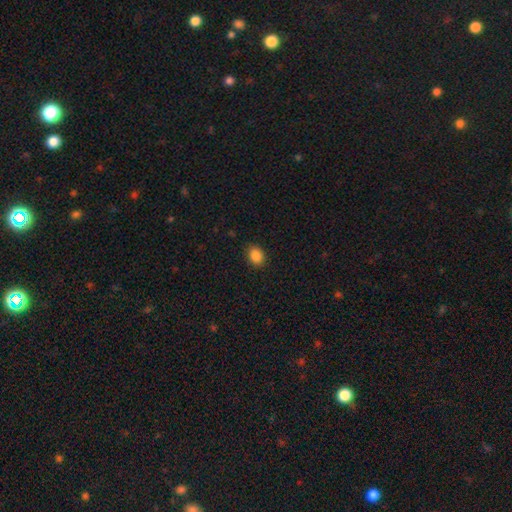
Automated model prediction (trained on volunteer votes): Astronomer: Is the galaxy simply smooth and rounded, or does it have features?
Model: smooth — 87%.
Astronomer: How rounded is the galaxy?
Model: in between — 55% (runner-up: round, 44%).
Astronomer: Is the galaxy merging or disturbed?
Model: none — 87%.